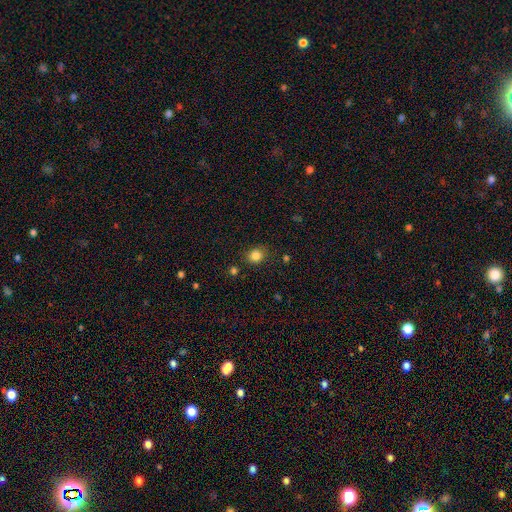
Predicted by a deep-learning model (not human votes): Morphology: type=smooth (83%); roundness=round (74%); merging=none (84%).